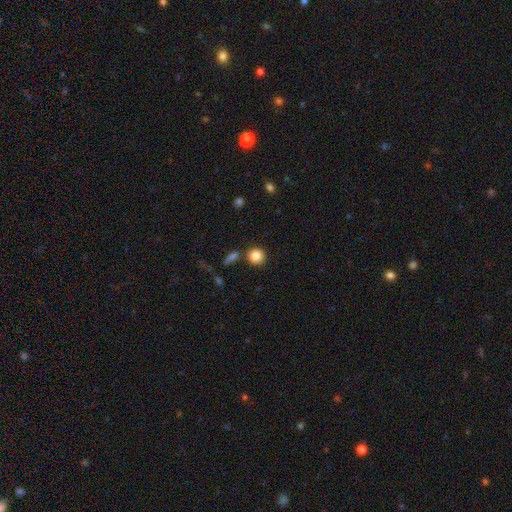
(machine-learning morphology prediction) type=smooth (85%); roundness=round (90%); merging=none (77%).